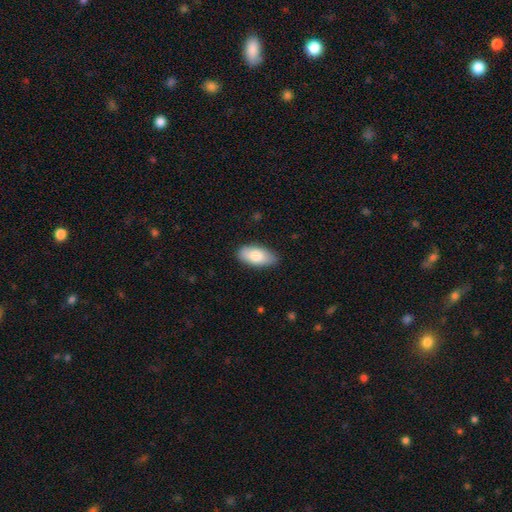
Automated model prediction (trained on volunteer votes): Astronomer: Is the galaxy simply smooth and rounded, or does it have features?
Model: smooth — 80%.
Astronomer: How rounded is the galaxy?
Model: in between — 92%.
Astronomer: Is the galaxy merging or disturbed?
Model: none — 85%.